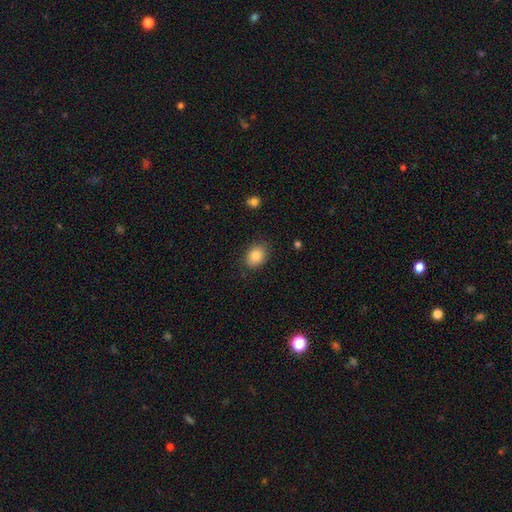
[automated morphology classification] The model was most divided on "how rounded": in between: 62%, round: 37%, cigar-shaped: 1%. More confident: merging — none (85%); smooth or featured — smooth (84%).